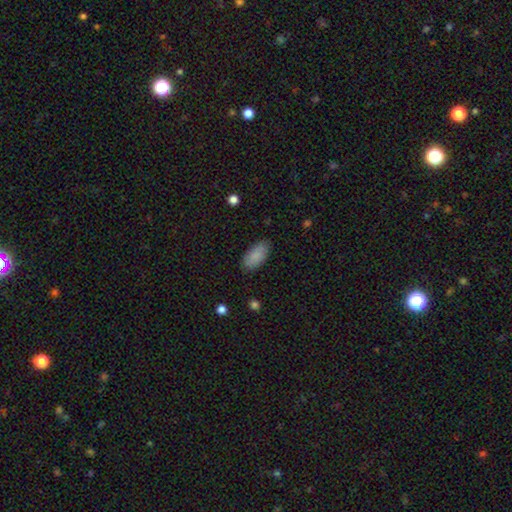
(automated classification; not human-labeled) Q: Smooth or featured?
A: smooth (88%); runner-up: star or artifact (6%)
Q: How rounded?
A: in between (92%); runner-up: cigar-shaped (5%)
Q: Merging?
A: none (83%); runner-up: minor disturbance (13%)